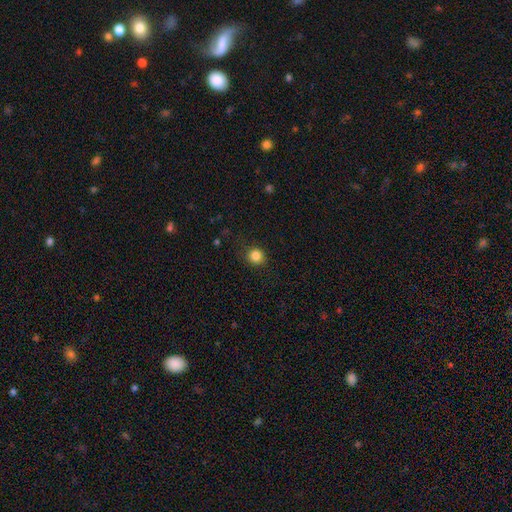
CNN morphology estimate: Smooth or featured?
  - smooth: 84% *
  - star or artifact: 12%
  - featured or disk: 4%
How rounded?
  - round: 90% *
  - in between: 9%
  - cigar-shaped: 1%
Merging?
  - none: 88% *
  - minor disturbance: 8%
  - major disturbance: 3%
  - merger: 1%